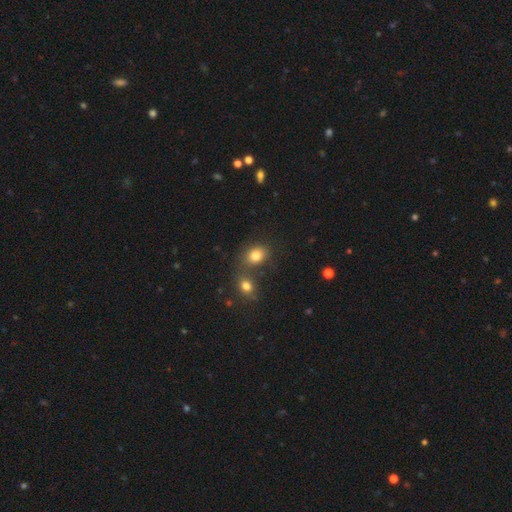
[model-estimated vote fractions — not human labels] Smooth or featured: smooth — 80% (star or artifact — 12%)
How rounded: in between — 52% (round — 47%)
Merging: none — 56% (merger — 29%)